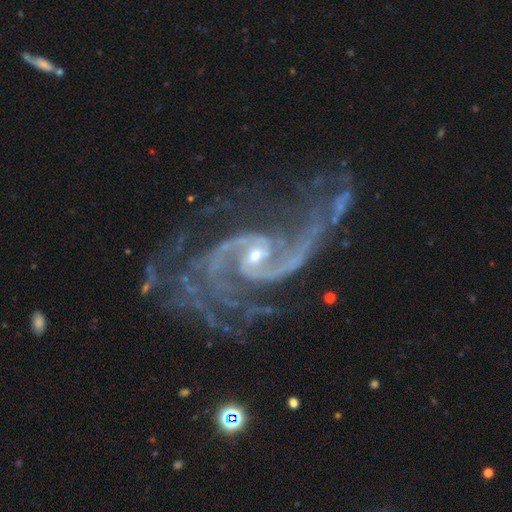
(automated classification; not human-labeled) Overall: featured or disk (93%). Edge-on disk: no (98%). Bar: weak (42%; no 39%). Spiral arms: yes (98%). Spiral arm count: 2 (59%). Spiral winding: medium (53%; loose 25%). Bulge size: small (74%). Merging: none (47%; major disturbance 27%).